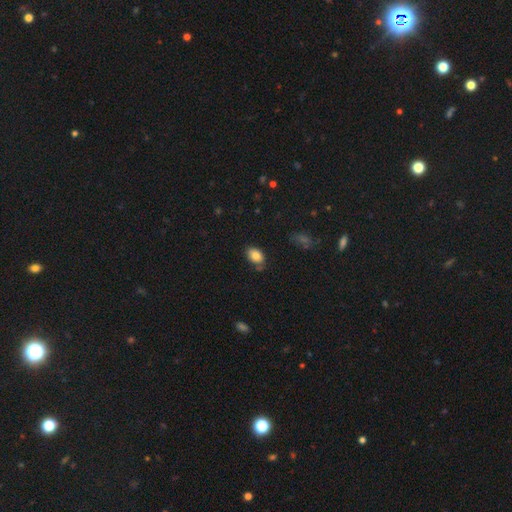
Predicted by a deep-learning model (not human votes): A smooth galaxy with no disk features (85%) that is in between round and cigar-shaped (86%). Merging: none (73%).